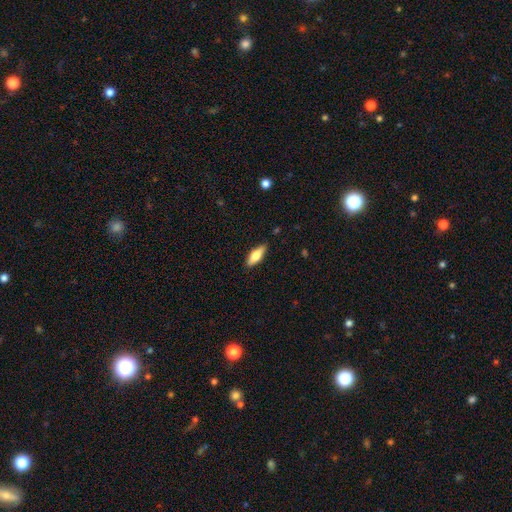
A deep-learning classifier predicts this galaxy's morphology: Smooth or featured?
  - smooth: 70% *
  - featured or disk: 24%
  - star or artifact: 6%
How rounded?
  - in between: 65% *
  - cigar-shaped: 33%
  - round: 2%
Merging?
  - none: 87% *
  - minor disturbance: 10%
  - major disturbance: 2%
  - merger: 1%